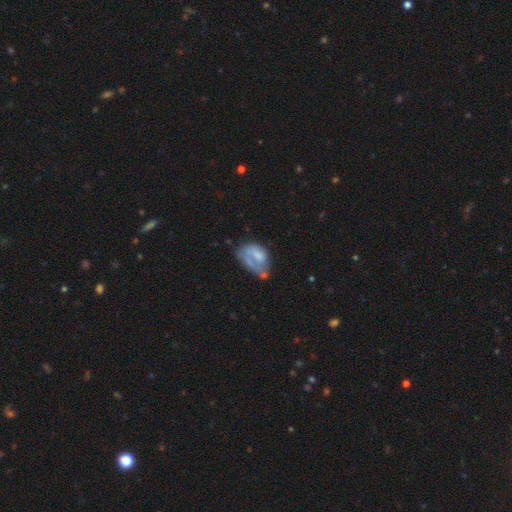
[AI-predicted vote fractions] Smooth or featured?
  - featured or disk: 50% *
  - smooth: 43%
  - star or artifact: 7%
Edge-on disk?
  - no: 97% *
  - yes: 3%
Merging?
  - none: 33% *
  - major disturbance: 32%
  - minor disturbance: 26%
  - merger: 9%